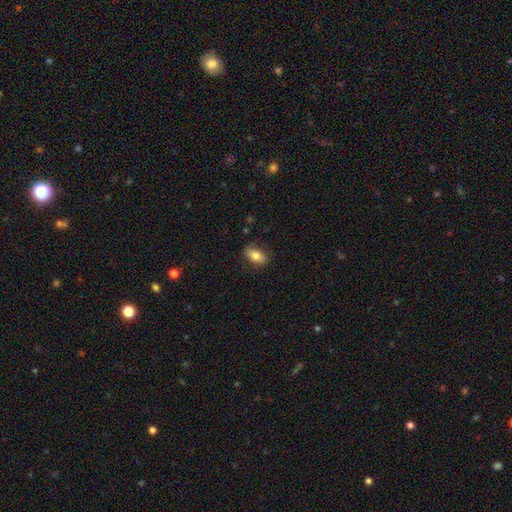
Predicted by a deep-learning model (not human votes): smooth 76%, featured or disk 17%, star or artifact 8%. Down the decision tree: how rounded — in between (86%); merging — none (82%).